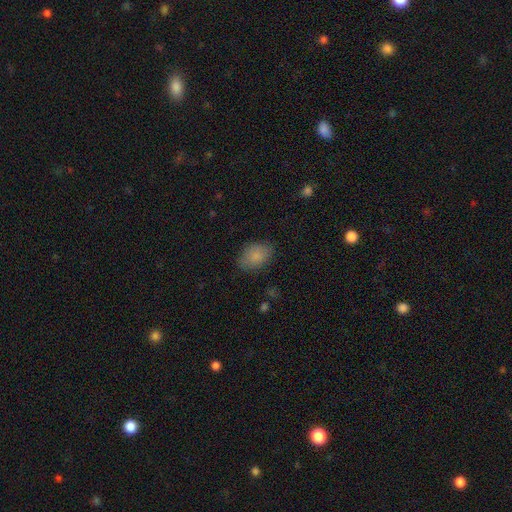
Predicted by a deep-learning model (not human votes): Morphology: type=smooth (86%); roundness=in between (85%); merging=none (81%).